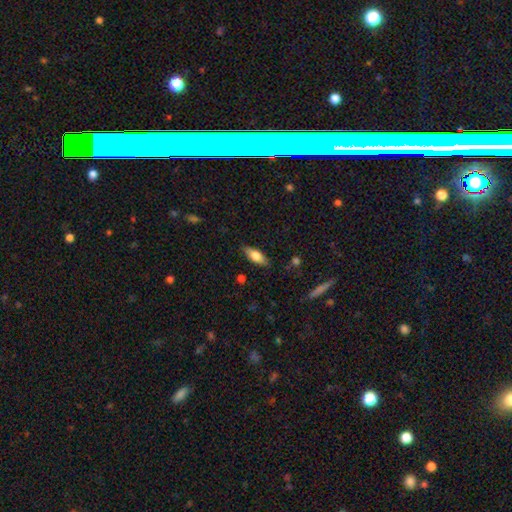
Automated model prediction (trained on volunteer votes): This is likely a smooth galaxy (66%). How rounded: likely in between (67%). Merging: clearly none (85%).